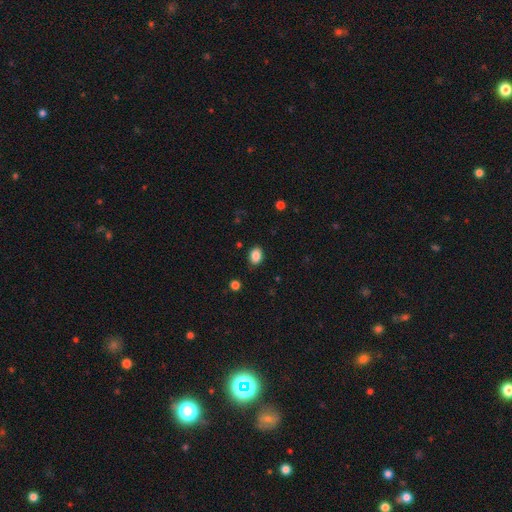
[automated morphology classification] A smooth galaxy with no disk features (87%) that is in between round and cigar-shaped (74%). Merging: none (86%).